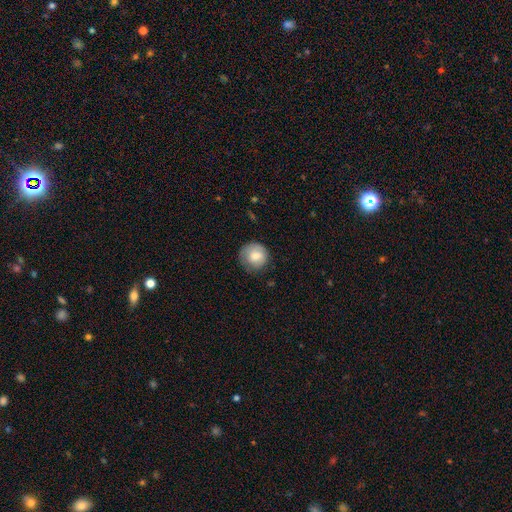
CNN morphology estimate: Smooth or featured? Predicted: smooth (p=0.75). How rounded? Predicted: round (p=0.91). Merging? Predicted: none (p=0.74).